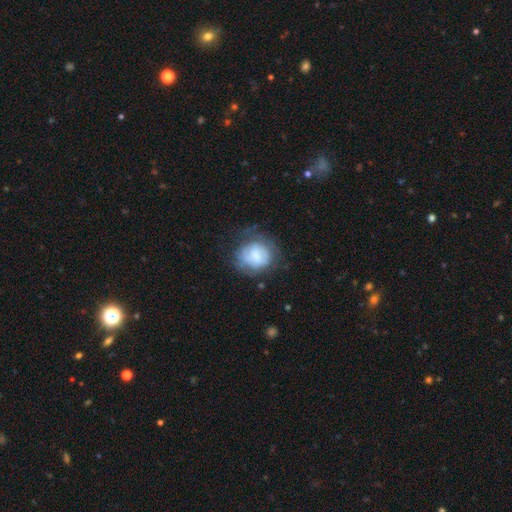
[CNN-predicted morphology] Smooth or featured? Predicted: smooth (p=0.53). How rounded? Predicted: round (p=0.74). Merging? Predicted: none (p=0.55).